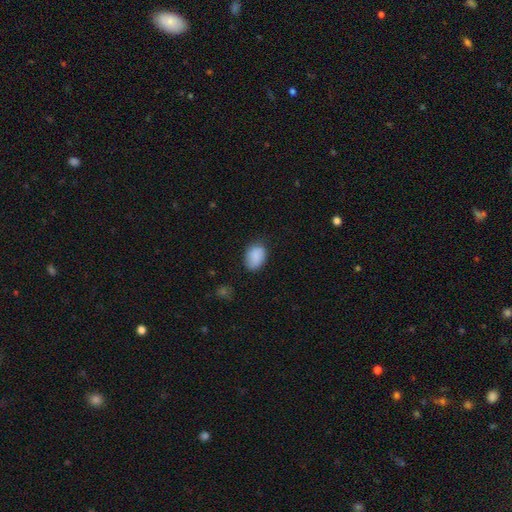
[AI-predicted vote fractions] smooth 86%, star or artifact 7%, featured or disk 7%. Down the decision tree: how rounded — in between (77%); merging — none (74%).